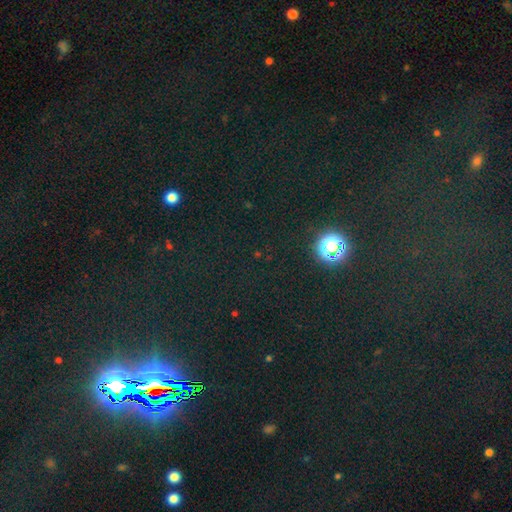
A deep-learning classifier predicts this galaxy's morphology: Smooth or featured: star or artifact — 71% (smooth — 23%)